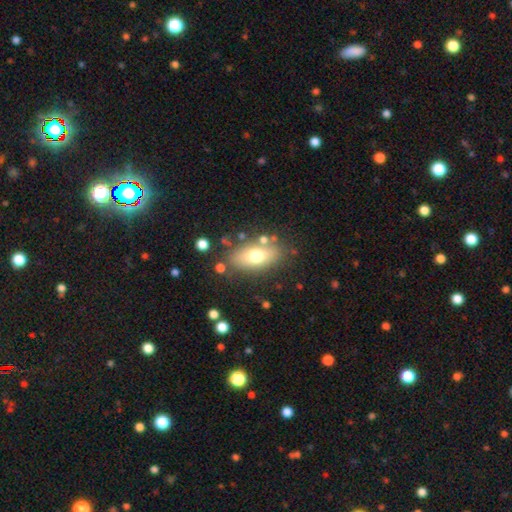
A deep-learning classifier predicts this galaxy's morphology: type=smooth (68%); roundness=in between (83%); merging=none (77%).